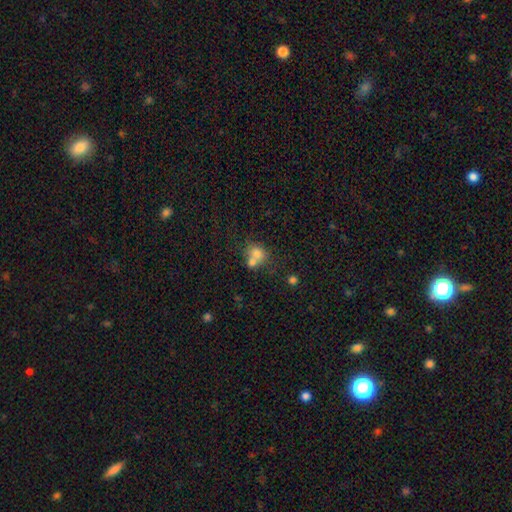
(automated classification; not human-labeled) Q: Smooth or featured?
A: smooth (73%); runner-up: featured or disk (15%)
Q: How rounded?
A: round (63%); runner-up: in between (36%)
Q: Merging?
A: merger (55%); runner-up: none (32%)